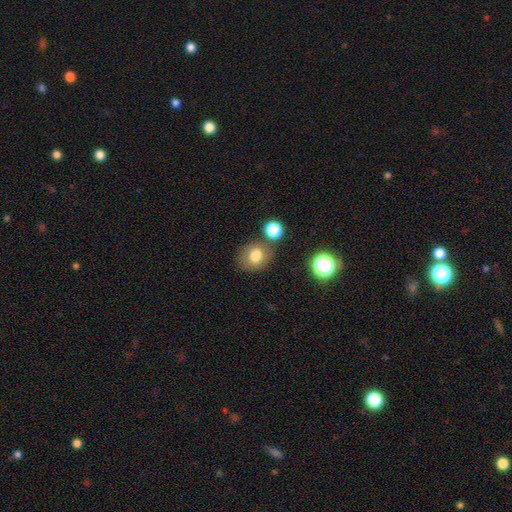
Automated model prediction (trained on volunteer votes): The model was most divided on "how rounded": round: 73%, in between: 26%, cigar-shaped: 1%. More confident: smooth or featured — smooth (78%); merging — none (72%).